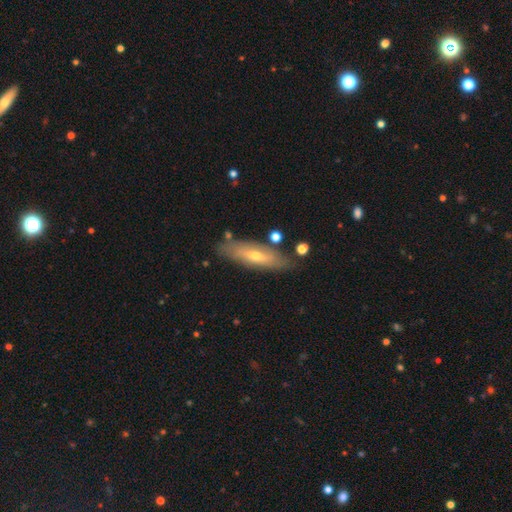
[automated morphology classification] A featured or disk galaxy (49%).

Vote fractions:
- Smooth or featured? featured or disk: 49% / smooth: 44% / star or artifact: 7%
- Merging? none: 80% / minor disturbance: 13% / merger: 4% / major disturbance: 3%